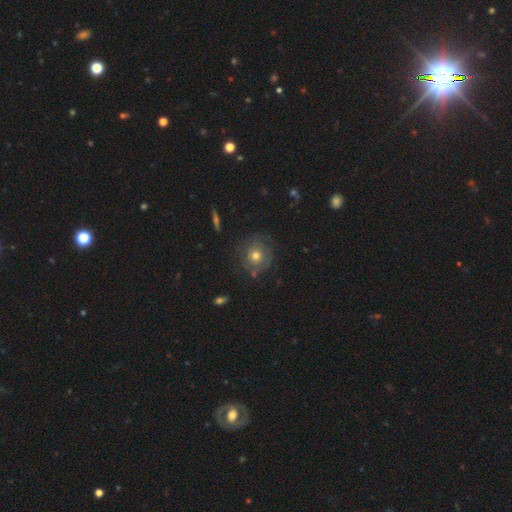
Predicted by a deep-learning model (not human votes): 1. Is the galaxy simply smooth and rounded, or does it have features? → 49% smooth, 40% featured or disk, 11% star or artifact.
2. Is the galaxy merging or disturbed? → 75% none, 16% minor disturbance, 7% major disturbance, 3% merger.